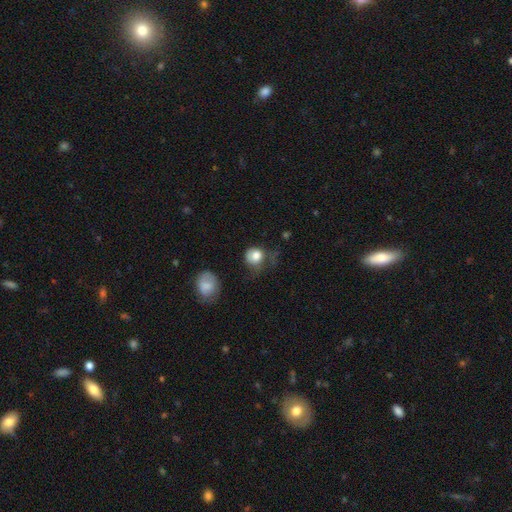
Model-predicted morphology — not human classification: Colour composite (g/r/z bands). It shows a smooth galaxy with no disk features (80%) that is round (77%). Merging: none (35%).